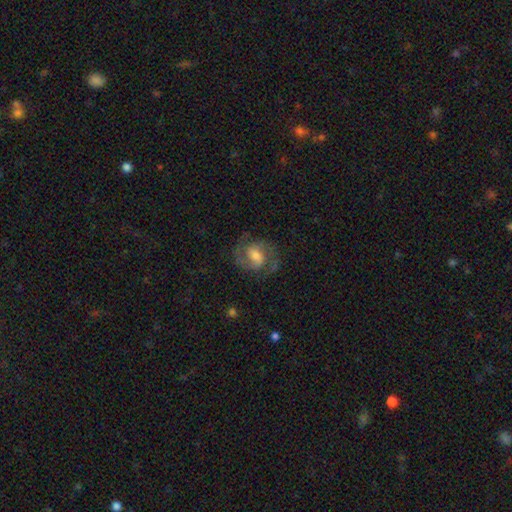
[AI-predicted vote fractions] Morphology: type=featured or disk (76%); edge-on=no (97%); bar=weak (50%); spiral arms=yes (93%); winding=medium (54%); arm count=2 (85%); bulge=moderate (55%); merging=none (71%).